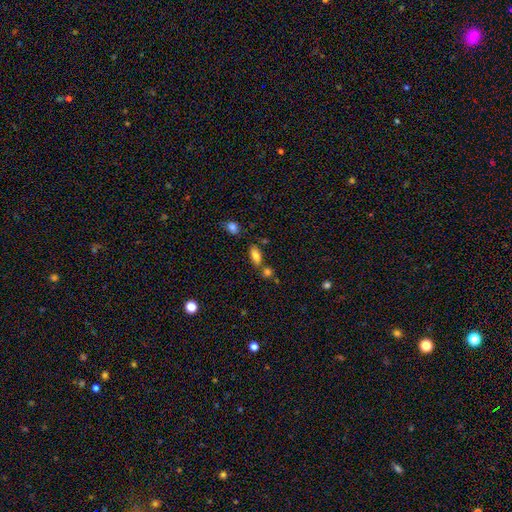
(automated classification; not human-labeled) Smooth or featured? smooth (81%)
How rounded? in between (84%)
Merging? none (63%)